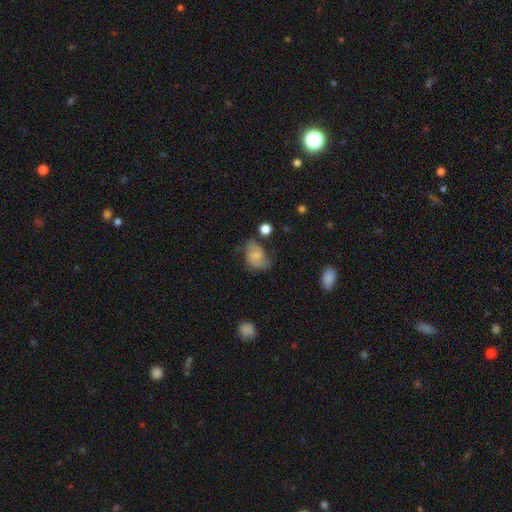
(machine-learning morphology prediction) type=smooth (55%); roundness=in between (75%); merging=none (47%).